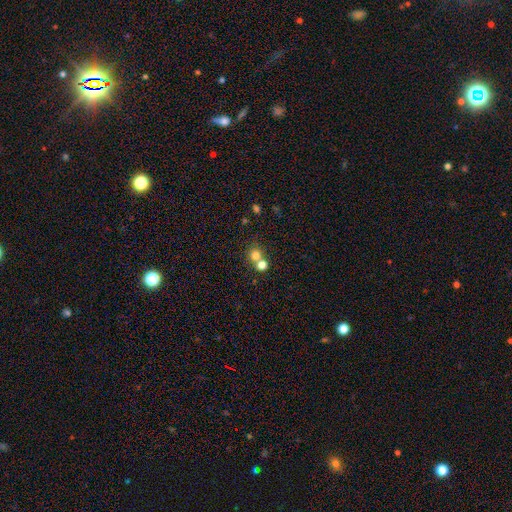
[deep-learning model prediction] Smooth or featured? smooth (76%)
How rounded? round (86%)
Merging? none (47%)